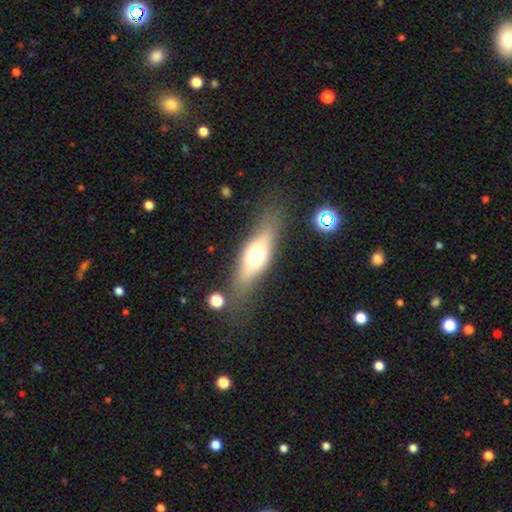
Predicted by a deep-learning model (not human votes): Smooth or featured? smooth (55%)
How rounded? in between (56%)
Merging? none (74%)